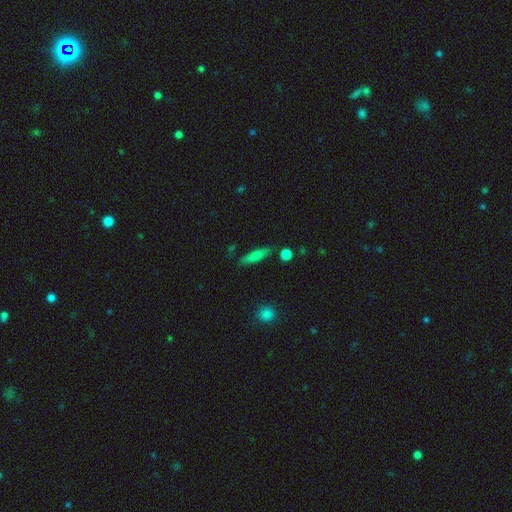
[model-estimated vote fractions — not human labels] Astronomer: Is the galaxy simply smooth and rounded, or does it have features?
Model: smooth — 71%.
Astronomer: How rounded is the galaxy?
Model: cigar-shaped — 70%.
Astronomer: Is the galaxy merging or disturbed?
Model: none — 82%.